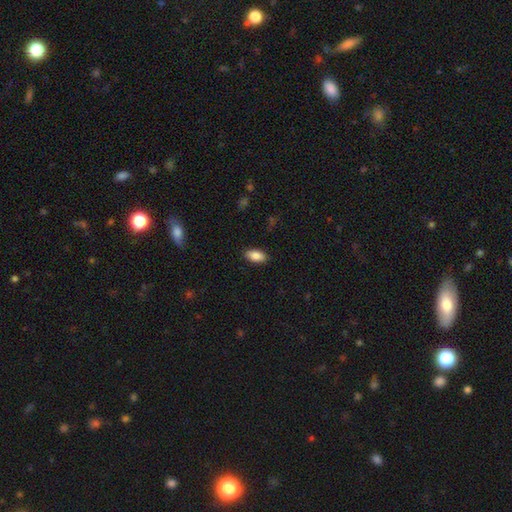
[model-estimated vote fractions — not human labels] Q: Smooth or featured?
A: smooth (86%); runner-up: star or artifact (7%)
Q: How rounded?
A: in between (92%); runner-up: cigar-shaped (5%)
Q: Merging?
A: none (88%); runner-up: minor disturbance (9%)